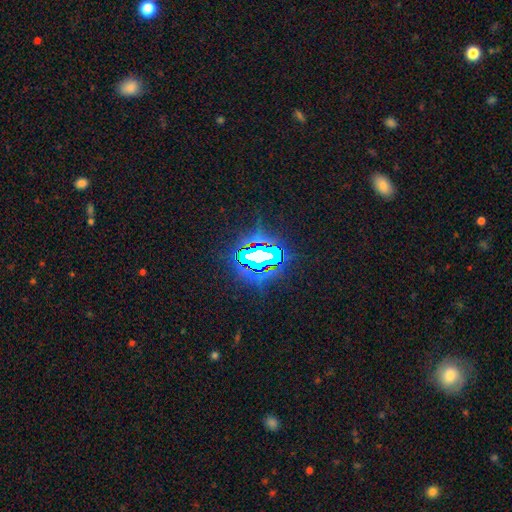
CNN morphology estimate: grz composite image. It shows a star or artifact, not a galaxy (74%).